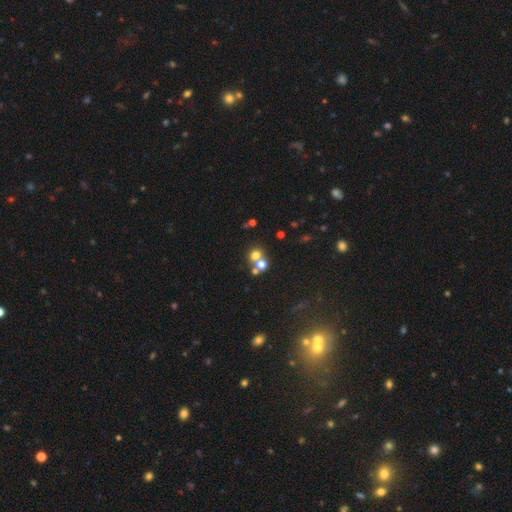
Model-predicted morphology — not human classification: Smooth or featured? Predicted: smooth (p=0.66). How rounded? Predicted: round (p=0.79). Merging? Predicted: none (p=0.45, tied with merger).